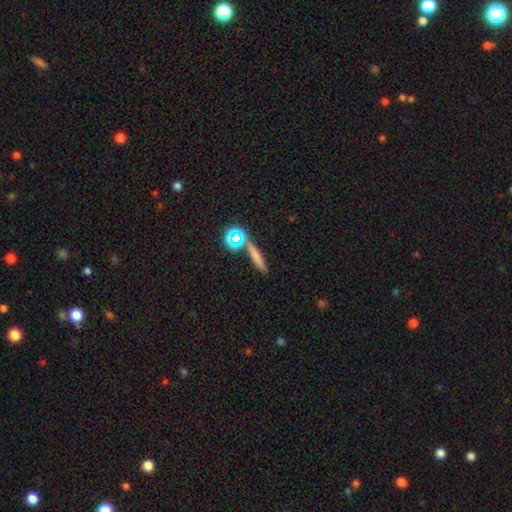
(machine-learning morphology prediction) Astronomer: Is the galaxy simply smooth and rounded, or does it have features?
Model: smooth — 66%.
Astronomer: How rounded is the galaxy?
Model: cigar-shaped — 78%.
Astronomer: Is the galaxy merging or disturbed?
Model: none — 72%.